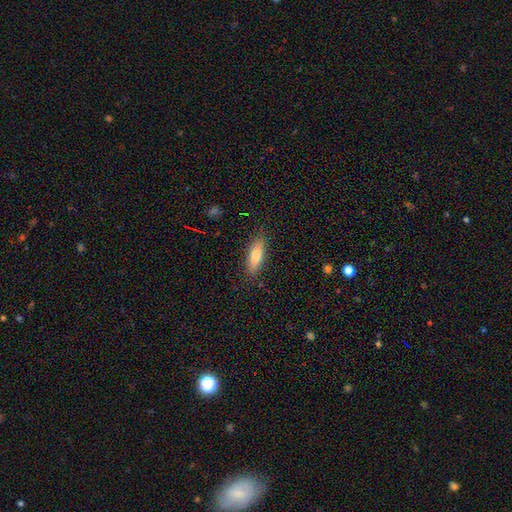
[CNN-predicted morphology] type=smooth (76%); roundness=in between (55%); merging=none (86%).